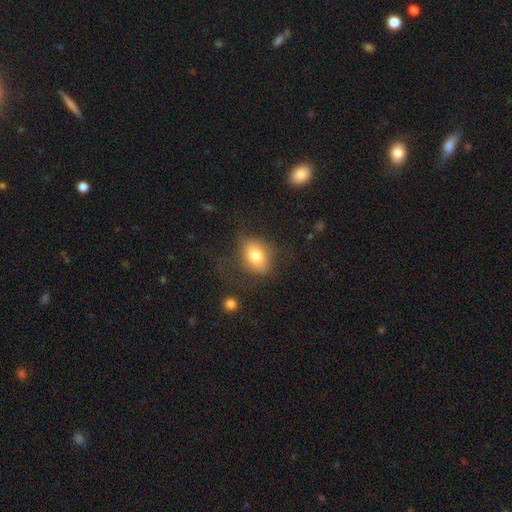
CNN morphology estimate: Smooth or featured?
  - smooth: 75% *
  - featured or disk: 15%
  - star or artifact: 9%
How rounded?
  - in between: 62% *
  - round: 36%
  - cigar-shaped: 2%
Merging?
  - none: 65% *
  - minor disturbance: 19%
  - major disturbance: 13%
  - merger: 2%